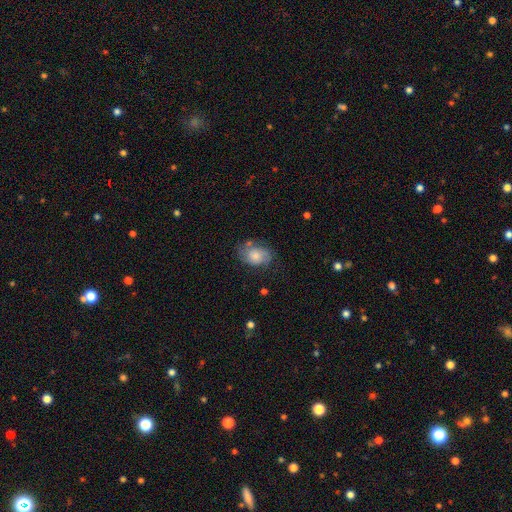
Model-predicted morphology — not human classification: Q: Smooth or featured?
A: smooth (62%); runner-up: featured or disk (29%)
Q: How rounded?
A: in between (78%); runner-up: round (21%)
Q: Merging?
A: none (57%); runner-up: minor disturbance (27%)